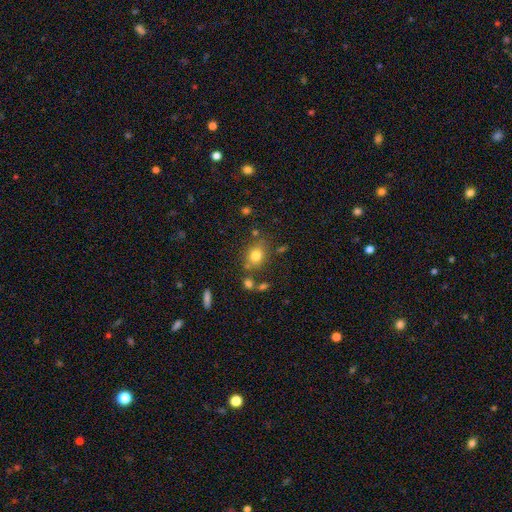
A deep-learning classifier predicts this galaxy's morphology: smooth 78%, star or artifact 12%, featured or disk 9%. Down the decision tree: how rounded — round (56%); merging — none (72%).